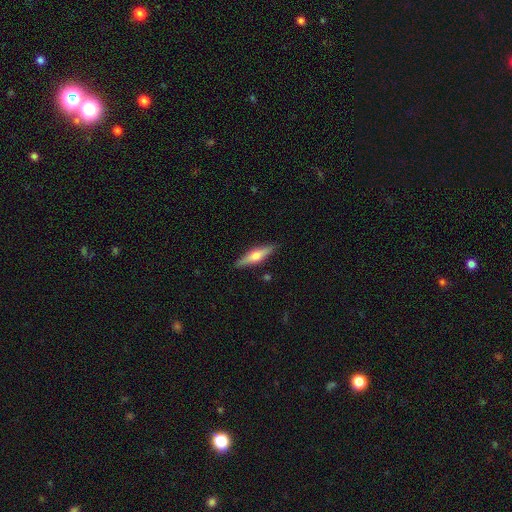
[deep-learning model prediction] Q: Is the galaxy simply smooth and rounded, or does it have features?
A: featured or disk — 55%.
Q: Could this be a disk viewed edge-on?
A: yes — 95%.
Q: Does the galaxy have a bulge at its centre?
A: rounded — 91%.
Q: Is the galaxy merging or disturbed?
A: none — 89%.